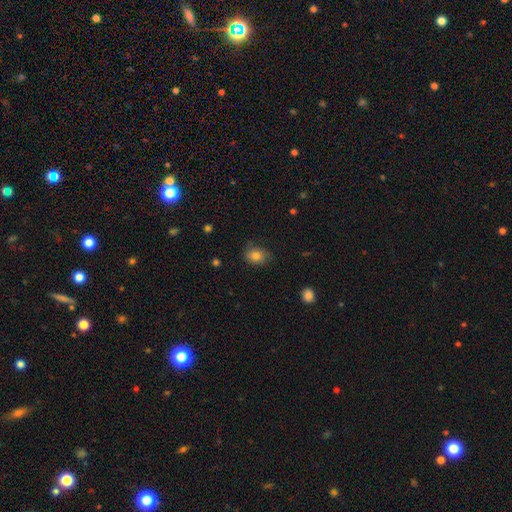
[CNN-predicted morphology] smooth 82%, star or artifact 10%, featured or disk 8%. Down the decision tree: how rounded — in between (62%); merging — none (76%).